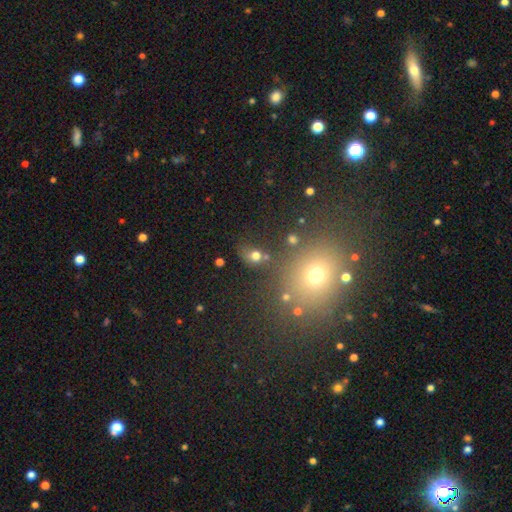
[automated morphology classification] Smooth or featured? Predicted: smooth (p=0.72). How rounded? Predicted: round (p=0.58). Merging? Predicted: none (p=0.57).